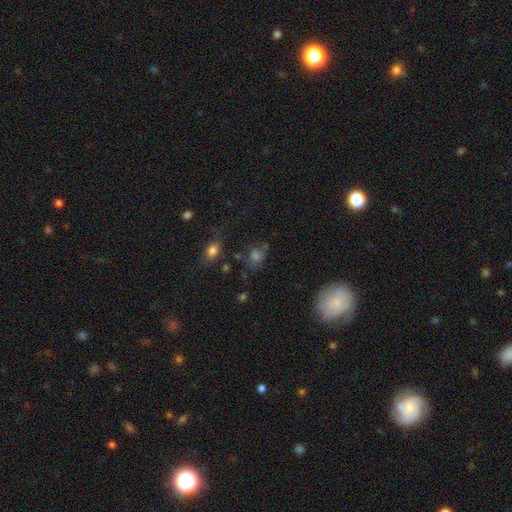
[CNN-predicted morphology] smooth-or-featured: smooth: 61% | star or artifact: 25% | featured or disk: 15%
  how-rounded: round: 60% | in between: 38% | cigar-shaped: 2%
  merging: none: 65% | minor disturbance: 19% | major disturbance: 10% | merger: 6%